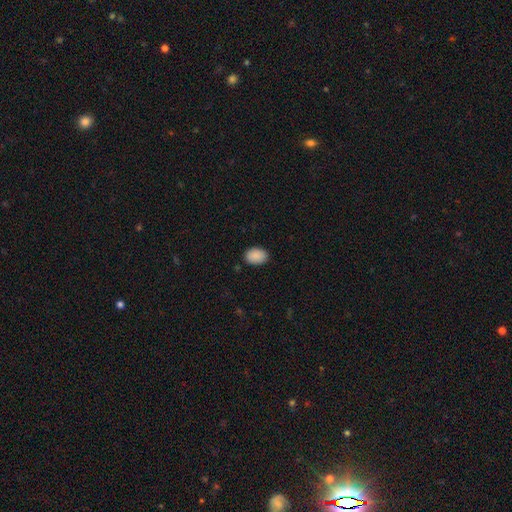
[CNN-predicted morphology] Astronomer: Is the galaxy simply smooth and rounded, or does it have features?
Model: smooth — 90%.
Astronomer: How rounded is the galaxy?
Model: in between — 82%.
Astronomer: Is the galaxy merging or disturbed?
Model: none — 87%.